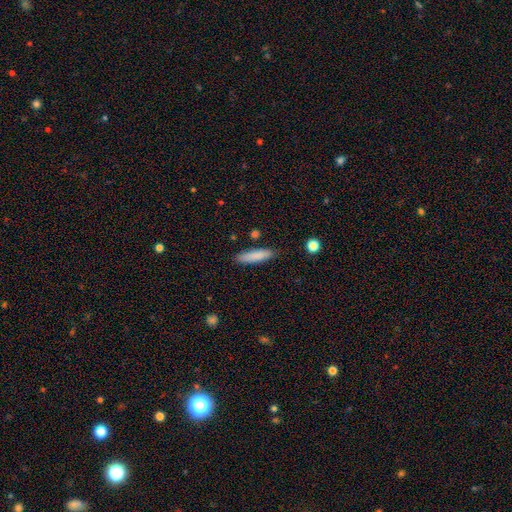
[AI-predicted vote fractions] Q: Smooth or featured?
A: smooth (84%); runner-up: featured or disk (9%)
Q: How rounded?
A: cigar-shaped (78%); runner-up: in between (20%)
Q: Merging?
A: none (86%); runner-up: minor disturbance (9%)